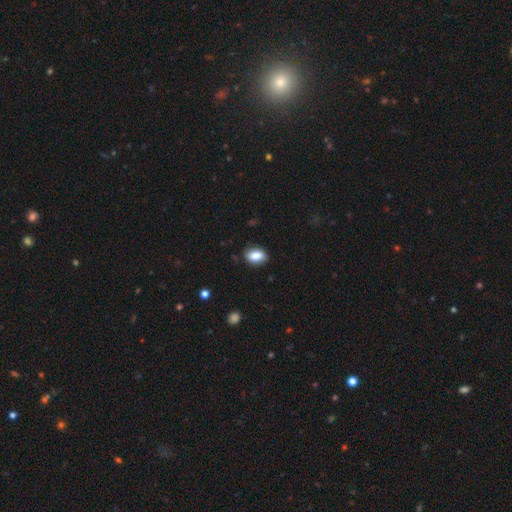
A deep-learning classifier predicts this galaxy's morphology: Q: Smooth or featured?
A: smooth (85%); runner-up: star or artifact (8%)
Q: How rounded?
A: in between (85%); runner-up: round (13%)
Q: Merging?
A: none (82%); runner-up: minor disturbance (14%)